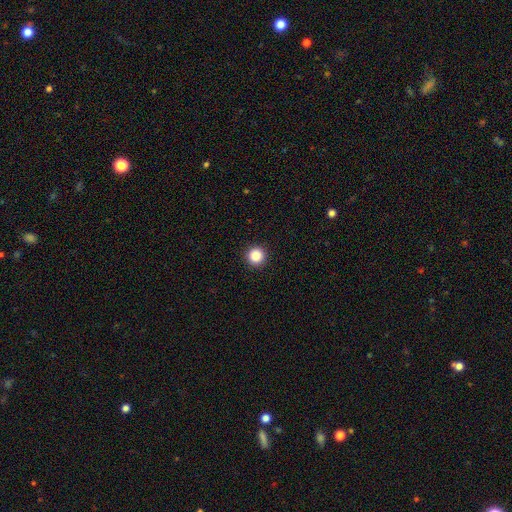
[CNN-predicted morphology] Smooth or featured: smooth — 86% (star or artifact — 11%)
How rounded: round — 96% (in between — 3%)
Merging: none — 93% (minor disturbance — 4%)